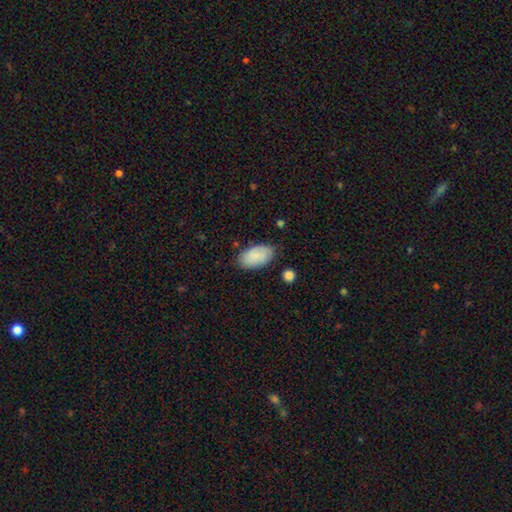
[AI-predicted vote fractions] Smooth or featured? Predicted: smooth (p=0.84). How rounded? Predicted: in between (p=0.95). Merging? Predicted: none (p=0.80).